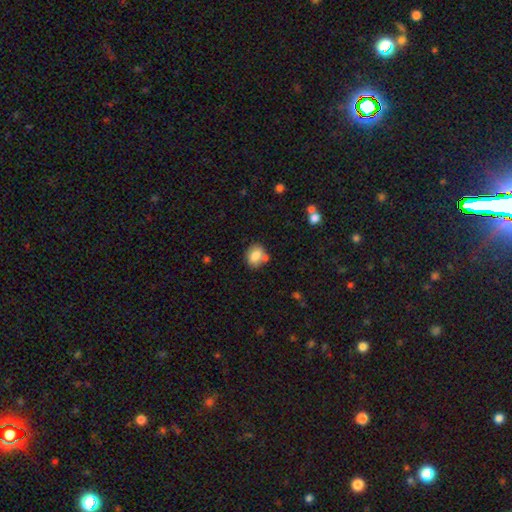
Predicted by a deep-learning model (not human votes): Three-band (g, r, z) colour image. It shows a smooth galaxy with no disk features (79%) that is in between round and cigar-shaped (54%). Merging: none (64%).